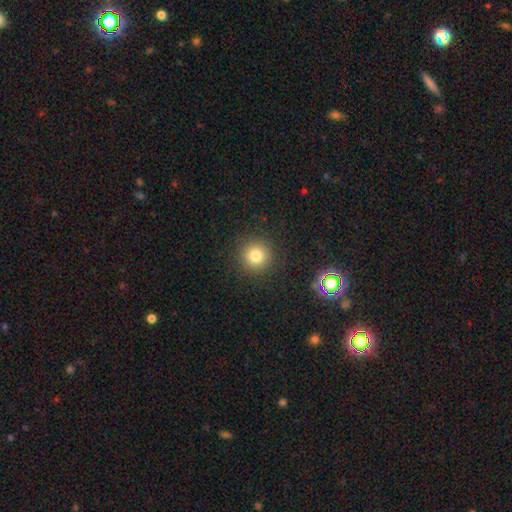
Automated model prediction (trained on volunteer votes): The model was most divided on "smooth or featured": smooth: 80%, star or artifact: 14%, featured or disk: 6%. More confident: how rounded — round (94%); merging — none (91%).